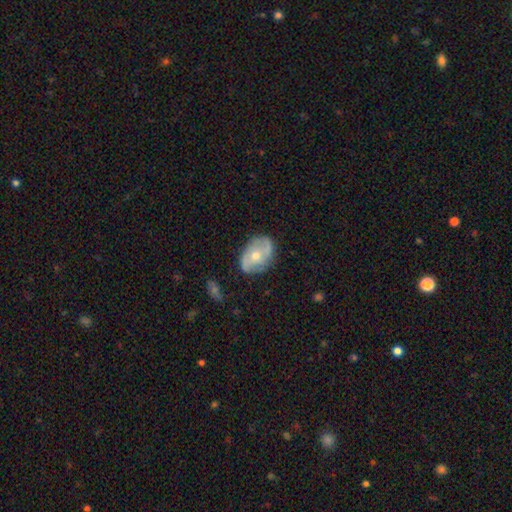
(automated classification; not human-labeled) featured or disk 65%, smooth 28%, star or artifact 7%. Down the decision tree: edge-on disk — no (94%); bar — no (67%); spiral arms — yes (75%); bulge size — moderate (63%); merging — none (74%).